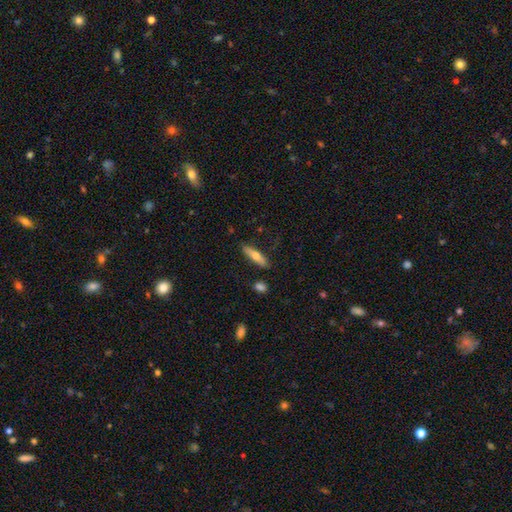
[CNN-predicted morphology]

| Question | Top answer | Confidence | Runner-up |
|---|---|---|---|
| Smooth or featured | smooth | 61% | featured or disk (33%) |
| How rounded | cigar-shaped | 69% | in between (29%) |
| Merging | none | 86% | minor disturbance (10%) |